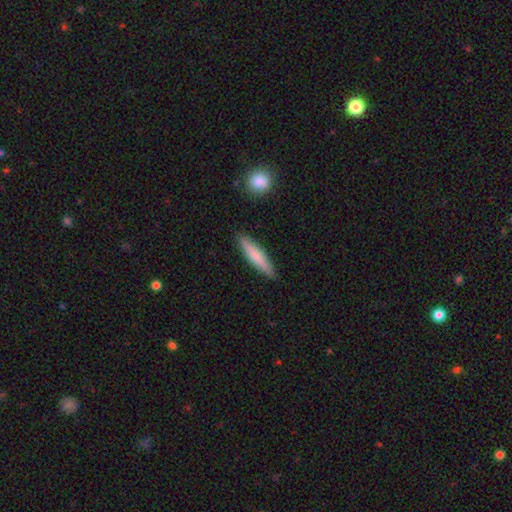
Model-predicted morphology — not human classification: Smooth or featured? Predicted: smooth (p=0.73). How rounded? Predicted: cigar-shaped (p=0.88). Merging? Predicted: none (p=0.88).